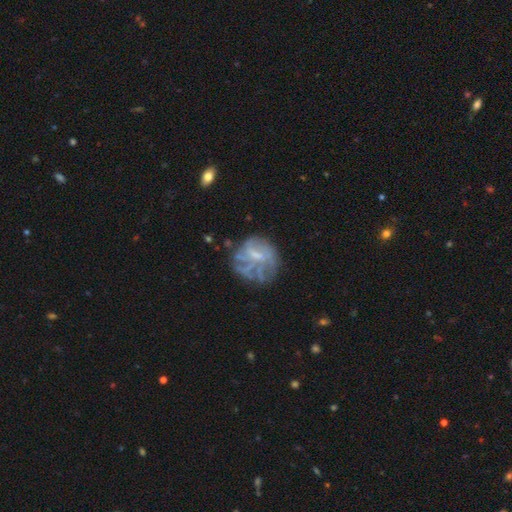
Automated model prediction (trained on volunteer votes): Smooth or featured: featured or disk — 62% (smooth — 25%)
Edge-on disk: no — 97% (yes — 3%)
Bar: no — 48% (weak — 40%)
Spiral arms: no — 58% (yes — 42%)
Bulge size: none — 40% (small — 36%)
Merging: none — 51% (major disturbance — 25%)